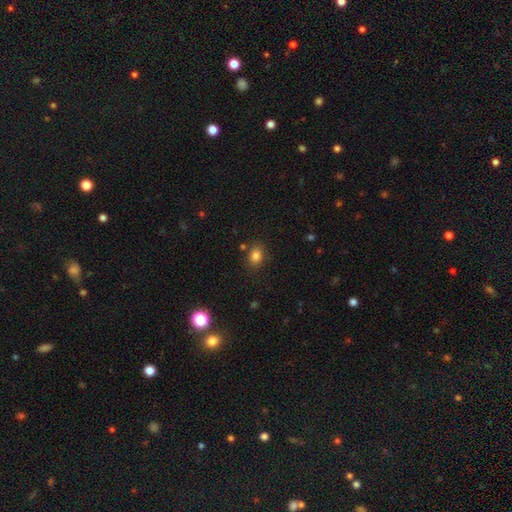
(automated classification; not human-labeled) Morphology: type=smooth (82%); roundness=in between (57%); merging=none (81%).